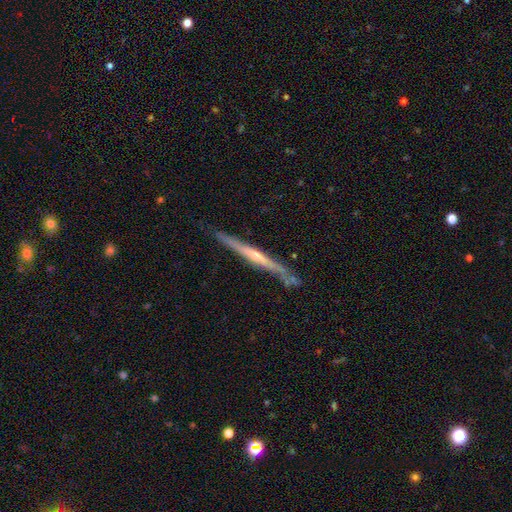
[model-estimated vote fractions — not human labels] A featured or disk galaxy (77%) viewed edge-on (97%) with a rounded central bulge (62%).

Vote fractions:
- Smooth or featured? featured or disk: 77% / smooth: 18% / star or artifact: 6%
- Edge-on disk? yes: 97% / no: 3%
- Edge-on bulge? rounded: 62% / none: 34% / boxy: 5%
- Merging? none: 80% / minor disturbance: 14% / merger: 3% / major disturbance: 2%